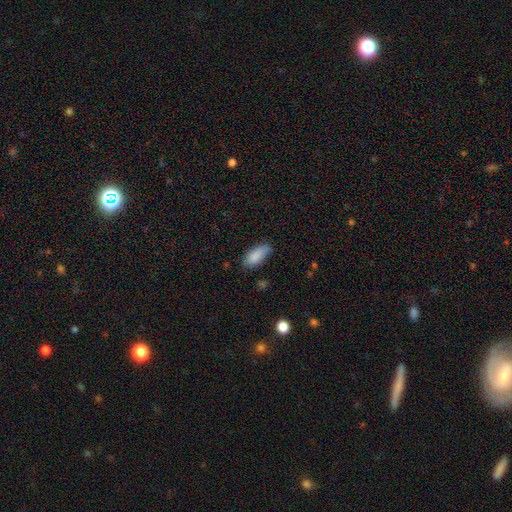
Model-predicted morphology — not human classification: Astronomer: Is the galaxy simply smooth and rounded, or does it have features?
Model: smooth — 87%.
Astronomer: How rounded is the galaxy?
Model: in between — 83%.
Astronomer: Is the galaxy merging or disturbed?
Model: none — 67%.